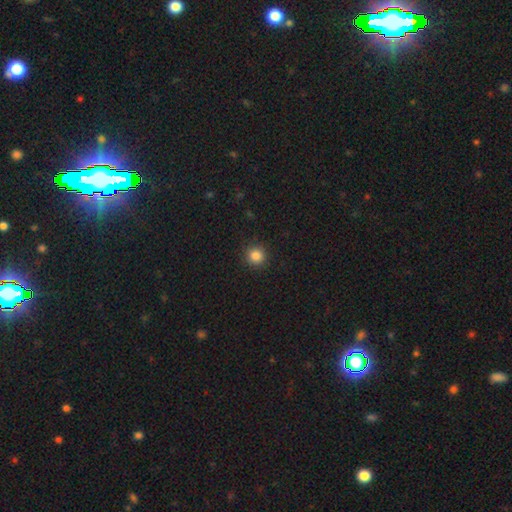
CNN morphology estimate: A smooth galaxy with no disk features (85%) that is round (94%). Merging: none (92%).